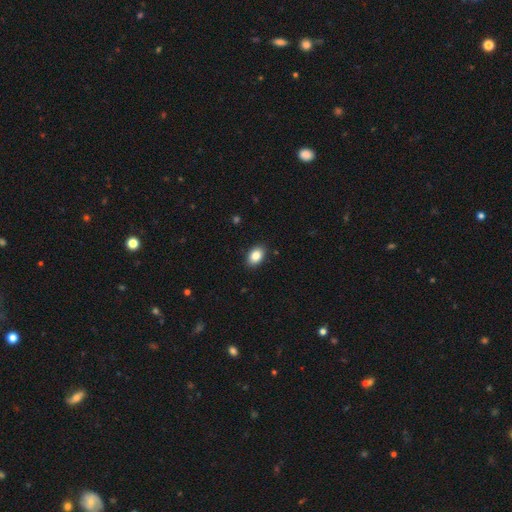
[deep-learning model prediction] A smooth galaxy with no disk features (86%) that is in between round and cigar-shaped (85%).

Vote fractions:
- Smooth or featured? smooth: 86% / star or artifact: 8% / featured or disk: 6%
- How rounded? in between: 85% / round: 14% / cigar-shaped: 1%
- Merging? none: 89% / minor disturbance: 8% / major disturbance: 2% / merger: 1%